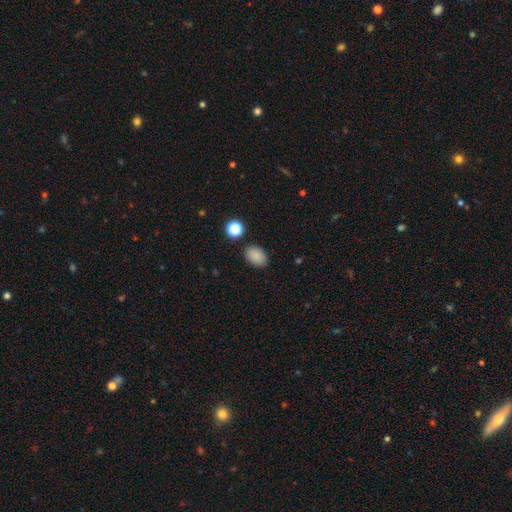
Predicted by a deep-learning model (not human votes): Smooth or featured? Predicted: smooth (p=0.86). How rounded? Predicted: in between (p=0.83). Merging? Predicted: none (p=0.84).